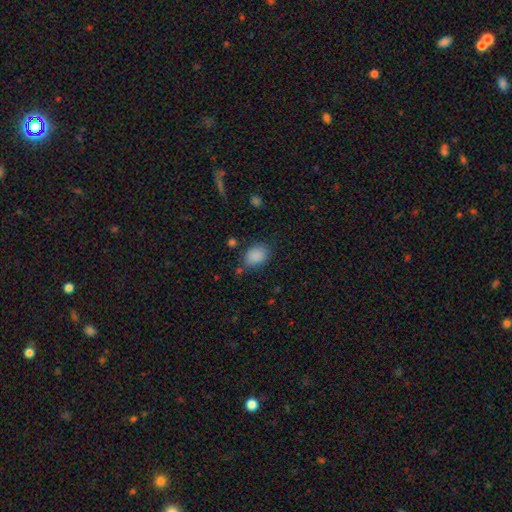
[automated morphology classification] The model was most divided on "how rounded": in between: 72%, round: 27%, cigar-shaped: 1%. More confident: smooth or featured — smooth (87%); merging — none (74%).